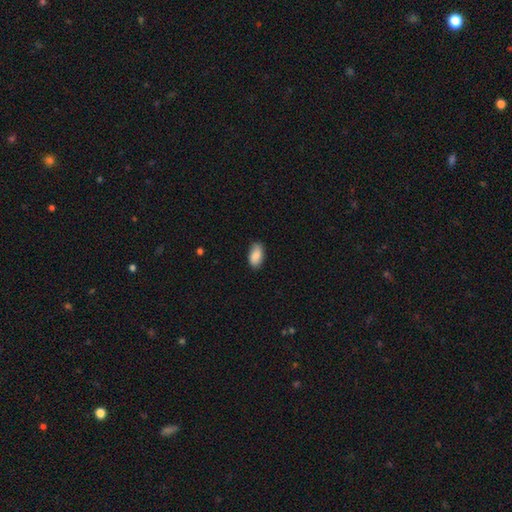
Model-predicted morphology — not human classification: The model was most divided on "merging": none: 80%, minor disturbance: 16%, major disturbance: 3%, merger: 1%. More confident: how rounded — in between (93%); smooth or featured — smooth (87%).